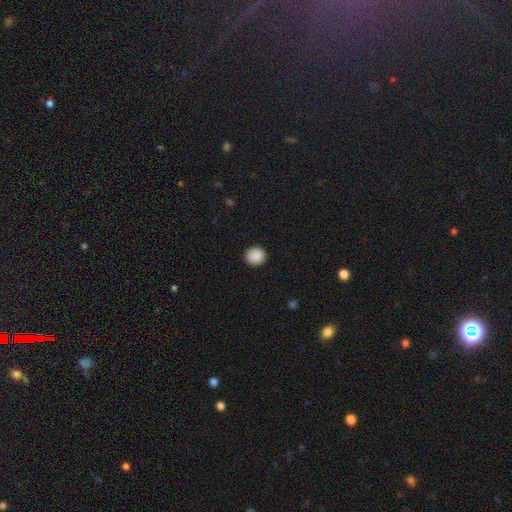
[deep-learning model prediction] This appears to be a smooth galaxy with no disk features (89%) that is round (92%). Merging: none (92%).